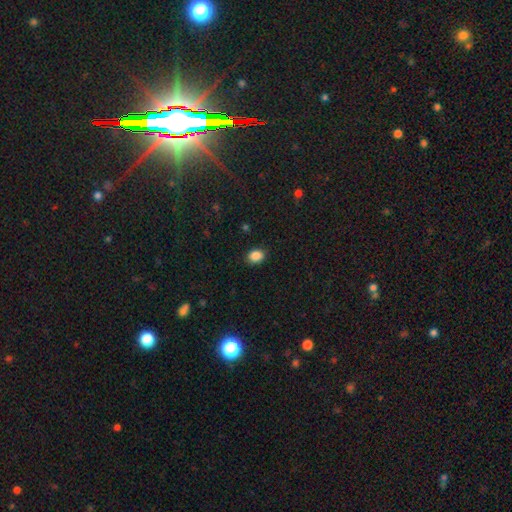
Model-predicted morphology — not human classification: smooth-or-featured: smooth: 88% | star or artifact: 9% | featured or disk: 3%
  how-rounded: in between: 62% | round: 37% | cigar-shaped: 1%
  merging: none: 87% | minor disturbance: 10% | major disturbance: 2% | merger: 1%